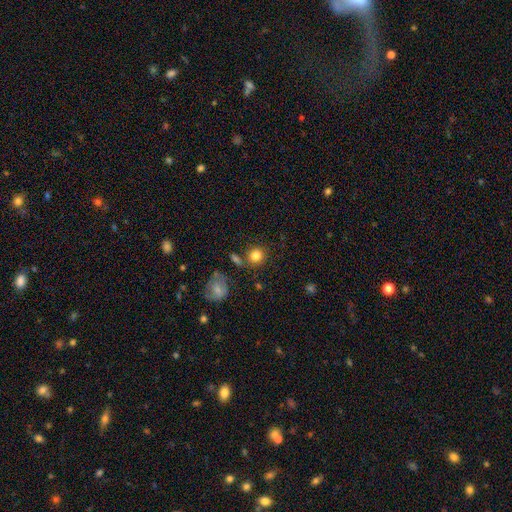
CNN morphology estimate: Smooth or featured? smooth (82%)
How rounded? round (87%)
Merging? none (76%)